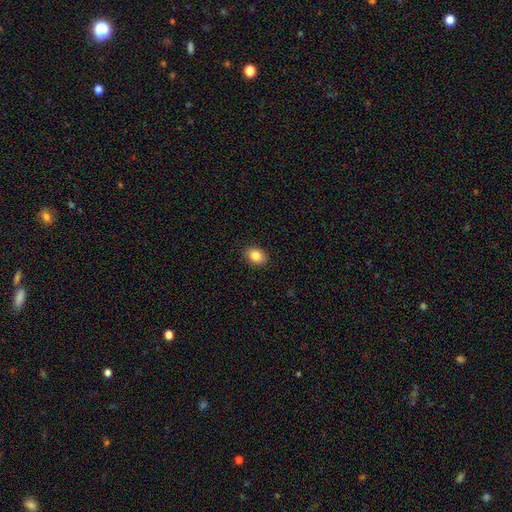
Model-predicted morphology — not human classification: smooth-or-featured: smooth: 85% | star or artifact: 9% | featured or disk: 7%
  how-rounded: in between: 73% | round: 26% | cigar-shaped: 1%
  merging: none: 90% | minor disturbance: 7% | major disturbance: 2% | merger: 1%